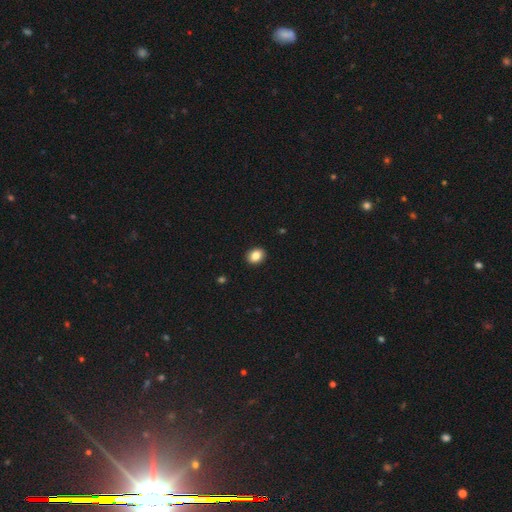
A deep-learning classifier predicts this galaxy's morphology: Smooth or featured? smooth (85%)
How rounded? in between (52%)
Merging? none (92%)